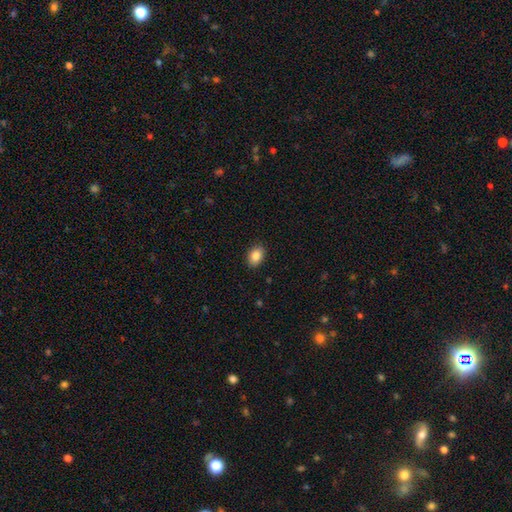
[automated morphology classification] type=smooth (87%); roundness=in between (82%); merging=none (89%).